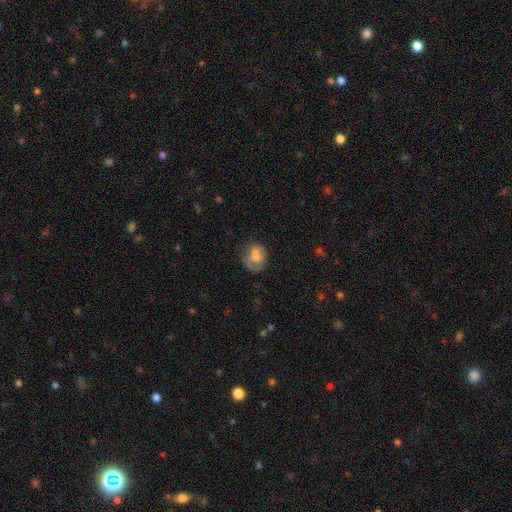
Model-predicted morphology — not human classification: This appears to be a smooth galaxy with no disk features (55%) that is round (56%). Merging: none (45%).